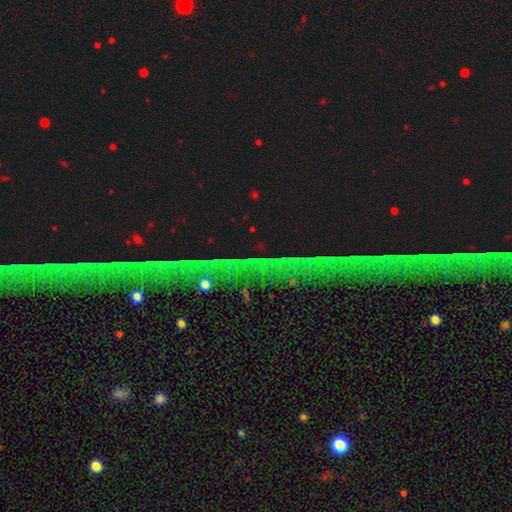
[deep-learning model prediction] Smooth or featured?
  - star or artifact: 84% *
  - featured or disk: 9%
  - smooth: 6%